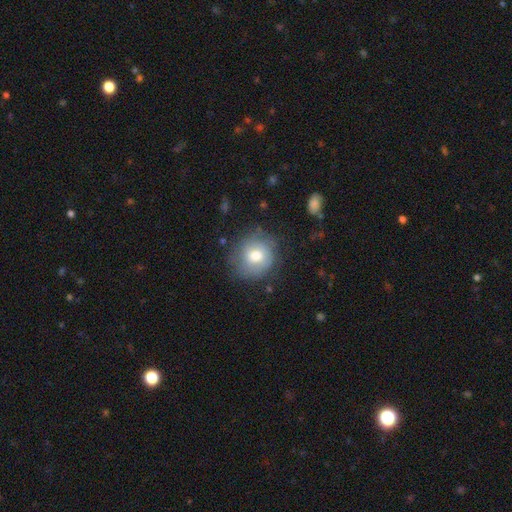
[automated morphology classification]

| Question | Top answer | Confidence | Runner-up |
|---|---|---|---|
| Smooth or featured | smooth | 59% | featured or disk (32%) |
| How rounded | round | 85% | in between (14%) |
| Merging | none | 73% | minor disturbance (19%) |